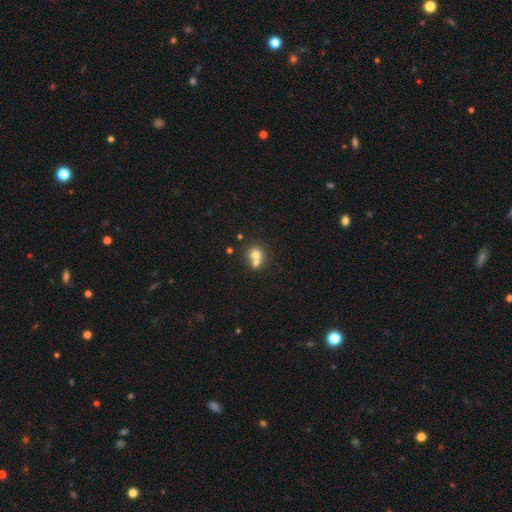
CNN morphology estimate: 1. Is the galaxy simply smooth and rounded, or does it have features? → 70% smooth, 17% featured or disk, 13% star or artifact.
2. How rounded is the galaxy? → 82% round, 17% in between, 1% cigar-shaped.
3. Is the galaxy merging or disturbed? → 54% merger, 37% none, 6% minor disturbance, 2% major disturbance.